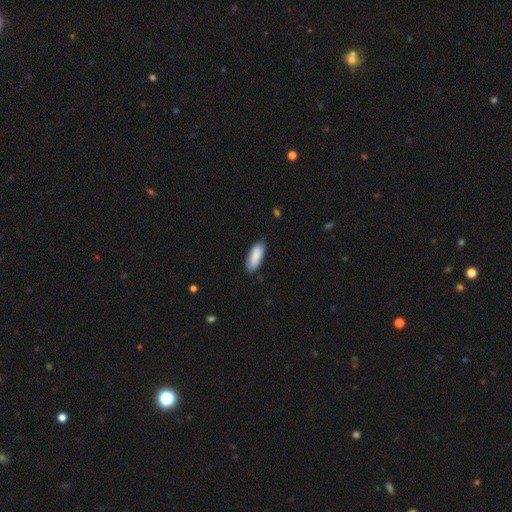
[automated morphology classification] Q: Smooth or featured?
A: smooth (88%); runner-up: featured or disk (6%)
Q: How rounded?
A: in between (77%); runner-up: cigar-shaped (22%)
Q: Merging?
A: none (79%); runner-up: minor disturbance (17%)